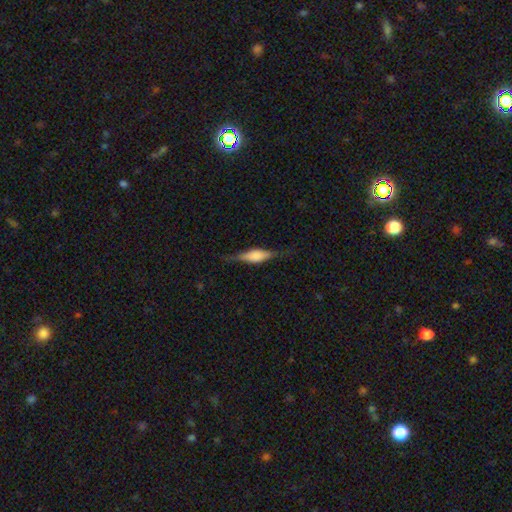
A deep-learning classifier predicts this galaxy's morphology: Smooth or featured?
  - featured or disk: 61% *
  - smooth: 32%
  - star or artifact: 7%
Edge-on disk?
  - yes: 96% *
  - no: 4%
Edge-on bulge?
  - rounded: 65% *
  - boxy: 31%
  - none: 4%
Merging?
  - none: 80% *
  - minor disturbance: 15%
  - major disturbance: 5%
  - merger: 1%